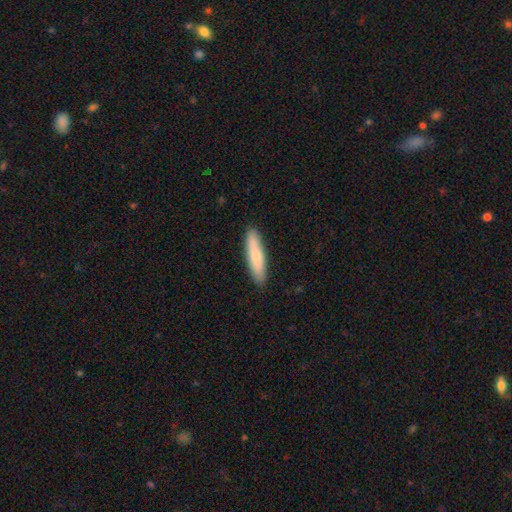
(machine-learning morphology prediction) smooth-or-featured: smooth: 77% | featured or disk: 18% | star or artifact: 5%
  how-rounded: cigar-shaped: 79% | in between: 20% | round: 1%
  merging: none: 88% | minor disturbance: 9% | major disturbance: 2% | merger: 1%